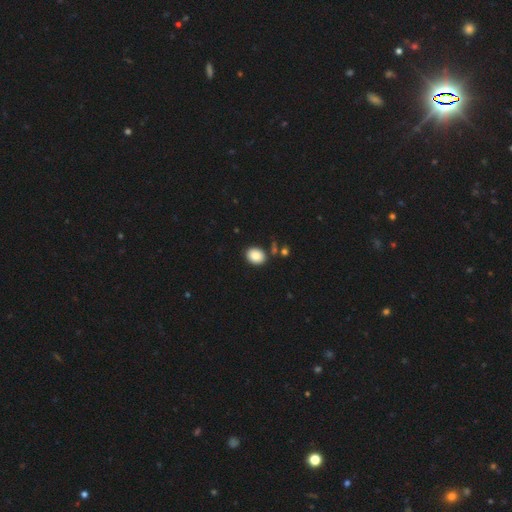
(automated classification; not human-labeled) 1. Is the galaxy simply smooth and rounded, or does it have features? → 84% smooth, 8% star or artifact, 7% featured or disk.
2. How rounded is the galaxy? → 57% in between, 42% round, 1% cigar-shaped.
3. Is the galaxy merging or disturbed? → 82% none, 9% minor disturbance, 6% merger, 3% major disturbance.